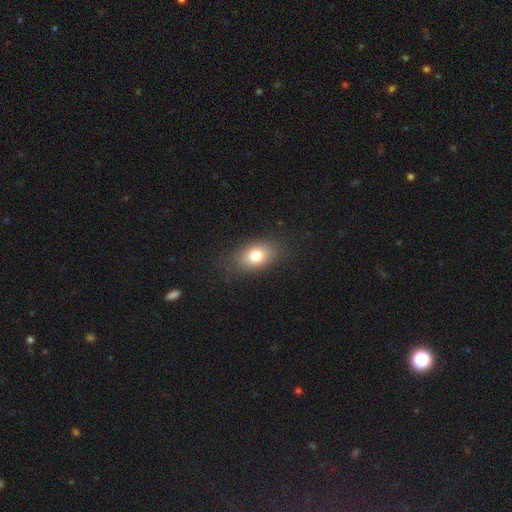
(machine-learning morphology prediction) Smooth or featured?
  - smooth: 77% *
  - featured or disk: 13%
  - star or artifact: 10%
How rounded?
  - in between: 82% *
  - round: 15%
  - cigar-shaped: 2%
Merging?
  - none: 82% *
  - minor disturbance: 12%
  - major disturbance: 4%
  - merger: 1%